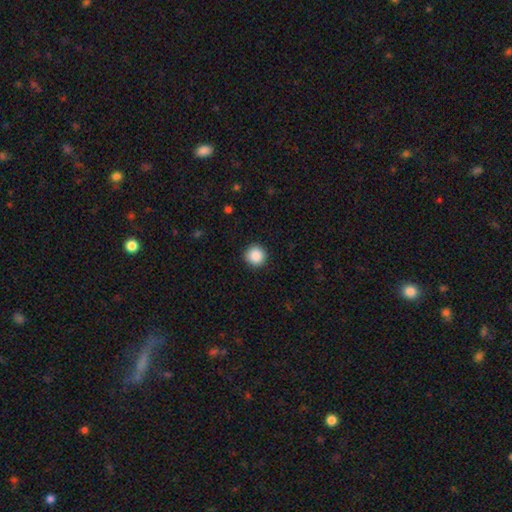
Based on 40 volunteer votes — Smooth or featured: smooth — 92% (star or artifact — 8%)
How rounded: round — 95% (in between — 5%)
Merging: none — 89% (minor disturbance — 8%)